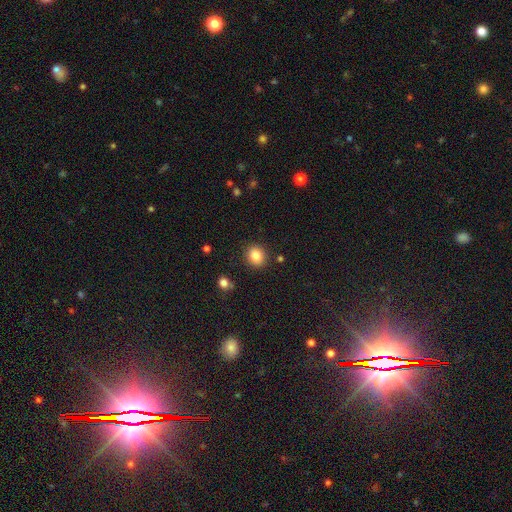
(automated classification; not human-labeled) smooth 84%, star or artifact 10%, featured or disk 6%. Down the decision tree: how rounded — round (75%); merging — none (88%).